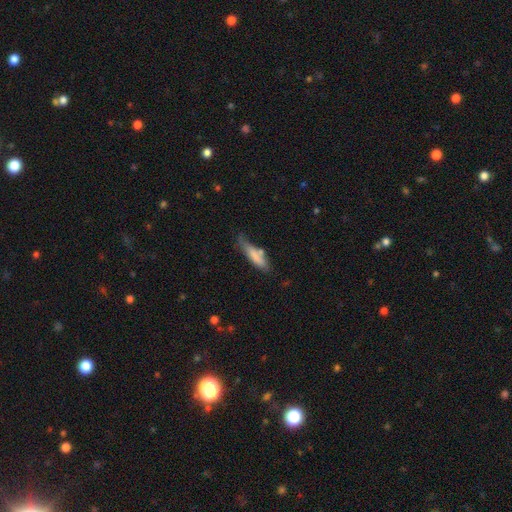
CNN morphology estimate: Overall: smooth (76%). How rounded: cigar-shaped (69%; in between 30%). Merging: none (51%; minor disturbance 31%).